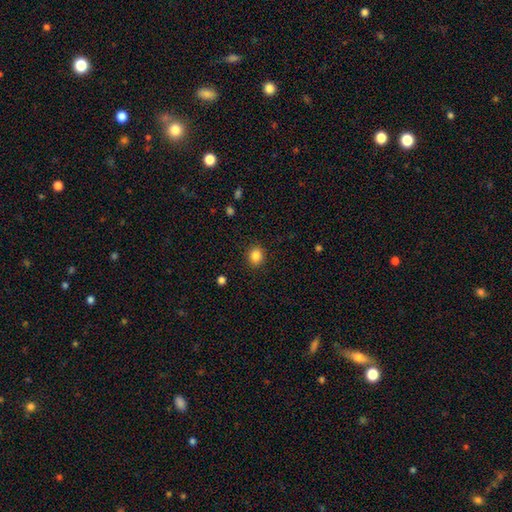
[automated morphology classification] Smooth or featured: smooth — 86% (star or artifact — 10%)
How rounded: round — 69% (in between — 30%)
Merging: none — 89% (minor disturbance — 7%)